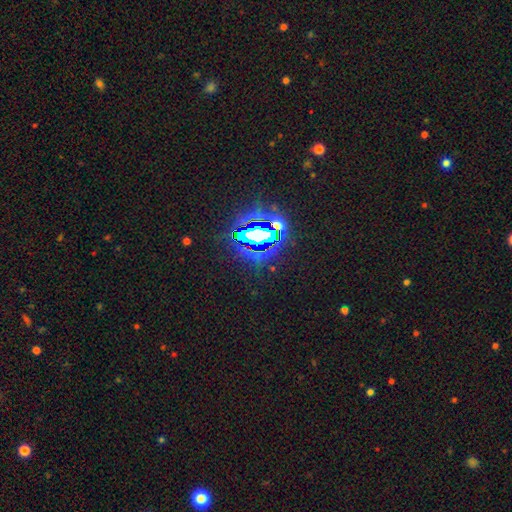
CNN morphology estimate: This appears to be a star or artifact, not a galaxy (84%).